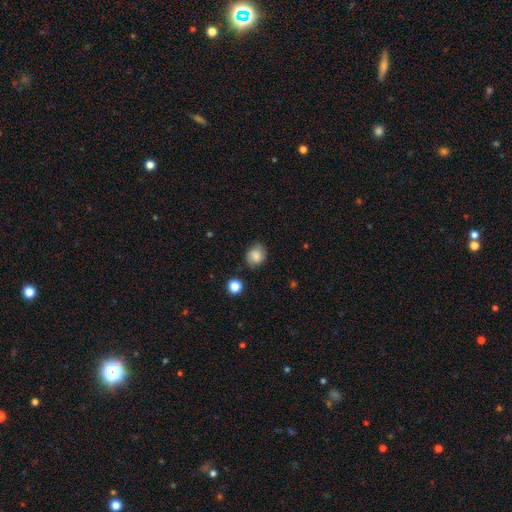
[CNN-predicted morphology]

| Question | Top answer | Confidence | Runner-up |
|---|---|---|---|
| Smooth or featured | smooth | 72% | featured or disk (17%) |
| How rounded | round | 64% | in between (35%) |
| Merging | none | 76% | minor disturbance (18%) |